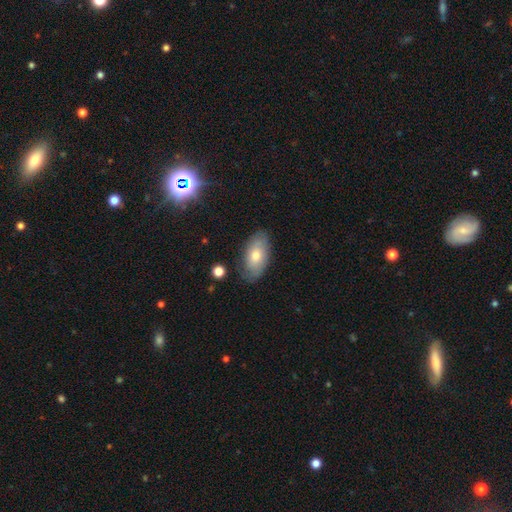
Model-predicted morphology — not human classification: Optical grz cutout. It shows a smooth galaxy with no disk features (64%) that is in between round and cigar-shaped (93%). Merging: none (79%).